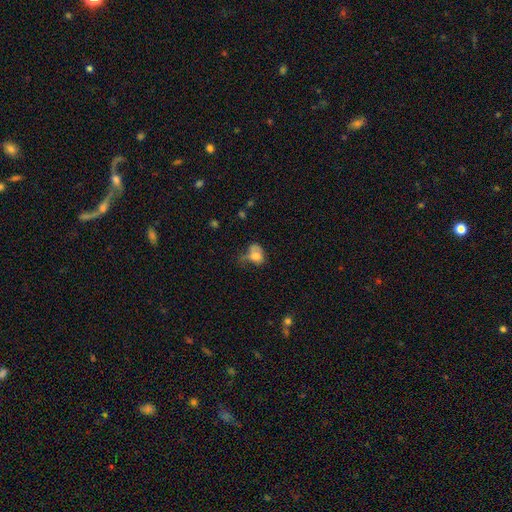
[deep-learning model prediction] Q: Smooth or featured?
A: smooth (67%); runner-up: featured or disk (23%)
Q: How rounded?
A: in between (63%); runner-up: round (35%)
Q: Merging?
A: major disturbance (35%); runner-up: minor disturbance (29%)